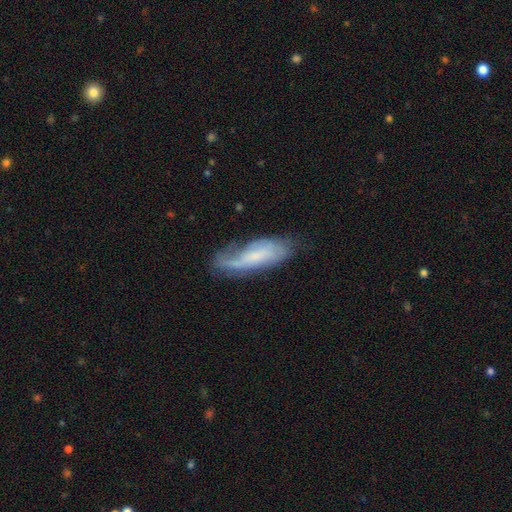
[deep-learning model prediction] Morphology: type=featured or disk (56%); edge-on=no (81%); merging=none (52%).